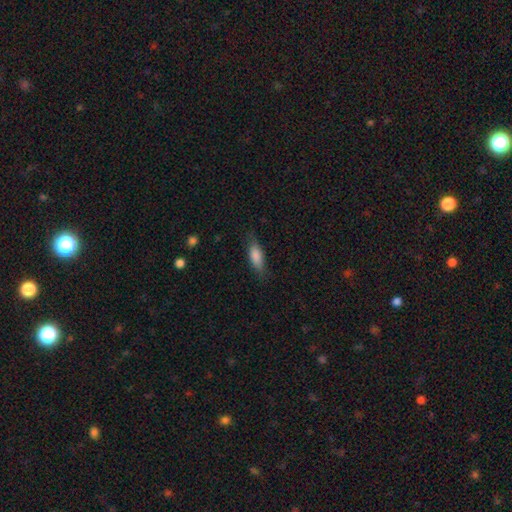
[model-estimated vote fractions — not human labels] Smooth or featured: smooth — 82% (featured or disk — 11%)
How rounded: in between — 67% (cigar-shaped — 30%)
Merging: none — 77% (minor disturbance — 18%)